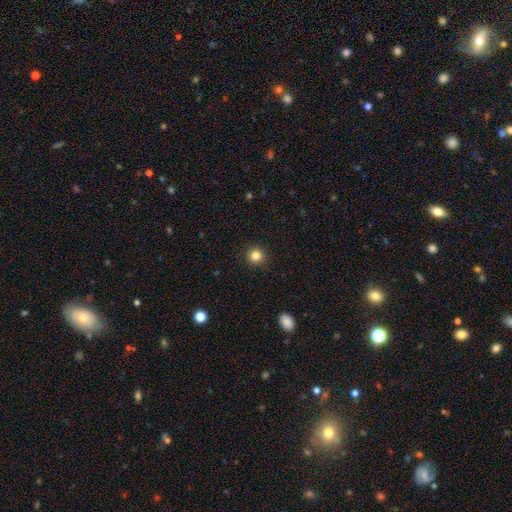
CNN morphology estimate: A smooth galaxy with no disk features (84%) that is round (94%).

Vote fractions:
- Smooth or featured? smooth: 84% / star or artifact: 11% / featured or disk: 5%
- How rounded? round: 94% / in between: 5% / cigar-shaped: 1%
- Merging? none: 93% / minor disturbance: 5% / major disturbance: 2% / merger: 1%